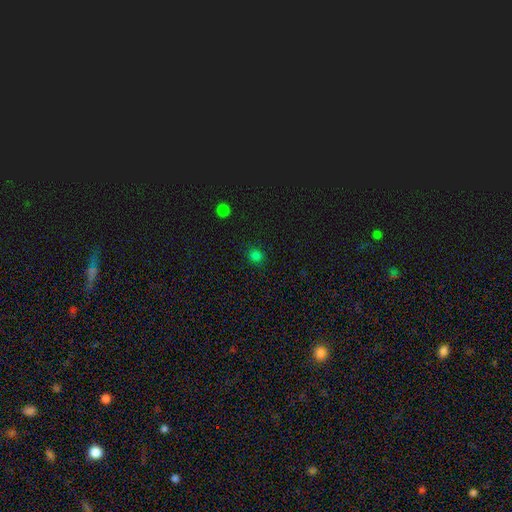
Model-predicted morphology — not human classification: Smooth or featured?
  - smooth: 77% *
  - star or artifact: 20%
  - featured or disk: 3%
How rounded?
  - round: 82% *
  - in between: 17%
  - cigar-shaped: 1%
Merging?
  - none: 87% *
  - minor disturbance: 9%
  - major disturbance: 3%
  - merger: 1%